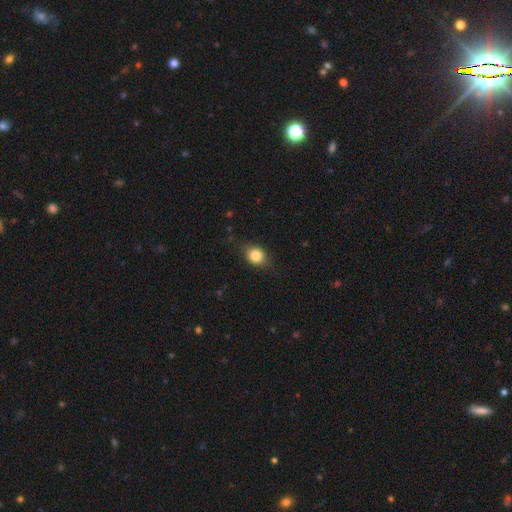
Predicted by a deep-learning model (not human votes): Morphology: type=smooth (79%); roundness=round (56%); merging=none (75%).